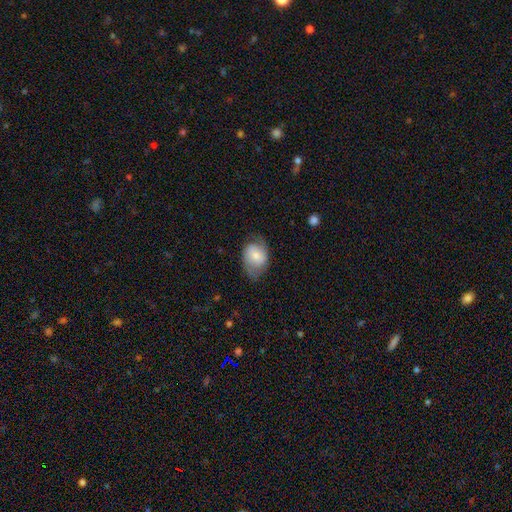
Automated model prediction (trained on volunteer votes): smooth 52%, featured or disk 41%, star or artifact 7%. Down the decision tree: how rounded — in between (69%); merging — none (62%).